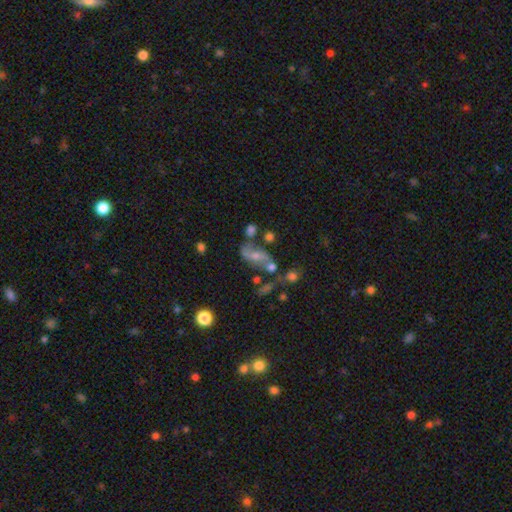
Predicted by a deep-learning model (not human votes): smooth_or_featured: featured or disk (p=0.52) [alt: smooth p=0.37]
disk_edge_on: no (p=0.91) [alt: yes p=0.09]
merging: none (p=0.45) [alt: merger p=0.21]